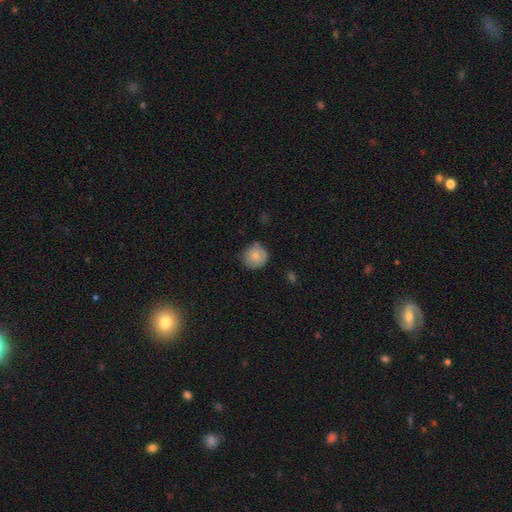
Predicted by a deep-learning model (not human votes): smooth 83%, featured or disk 9%, star or artifact 8%. Down the decision tree: how rounded — round (91%); merging — none (78%).